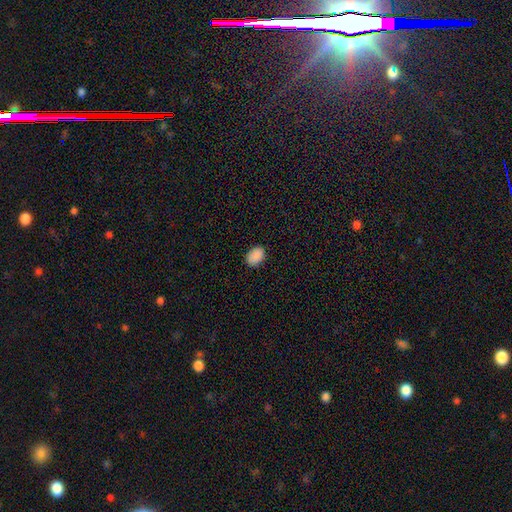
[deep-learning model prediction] The model was most divided on "how rounded": in between: 83%, round: 16%, cigar-shaped: 1%. More confident: smooth or featured — smooth (89%); merging — none (87%).